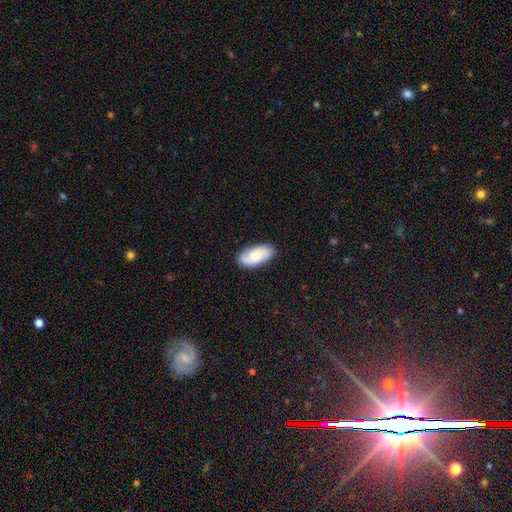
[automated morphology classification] Smooth or featured?
  - smooth: 51% *
  - featured or disk: 41%
  - star or artifact: 7%
How rounded?
  - in between: 93% *
  - cigar-shaped: 4%
  - round: 3%
Merging?
  - none: 83% *
  - minor disturbance: 13%
  - major disturbance: 3%
  - merger: 1%